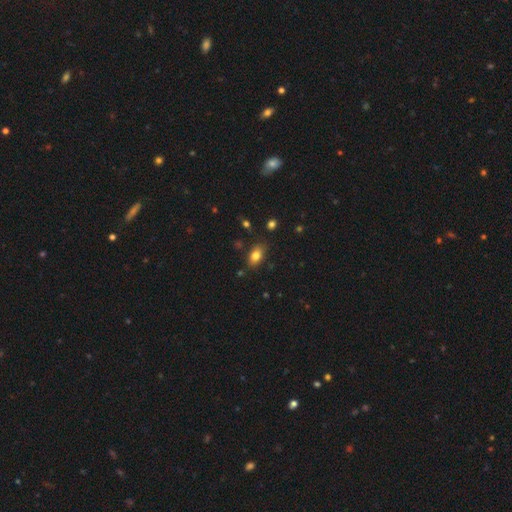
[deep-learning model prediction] The model was most divided on "merging": none: 81%, minor disturbance: 14%, major disturbance: 3%, merger: 3%. More confident: how rounded — in between (86%); smooth or featured — smooth (81%).